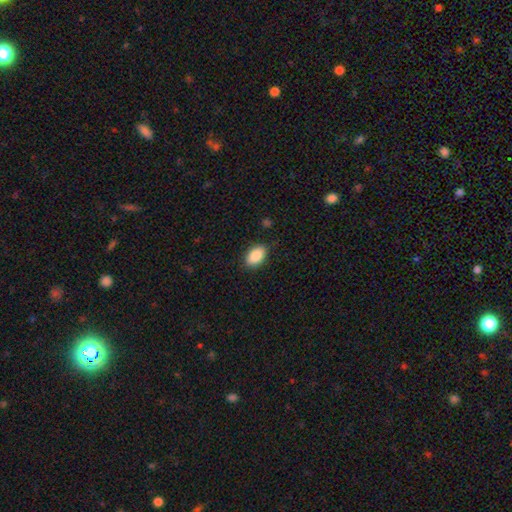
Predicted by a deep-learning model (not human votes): smooth-or-featured: smooth: 89% | star or artifact: 7% | featured or disk: 4%
  how-rounded: in between: 91% | round: 7% | cigar-shaped: 2%
  merging: none: 84% | minor disturbance: 13% | major disturbance: 3% | merger: 1%